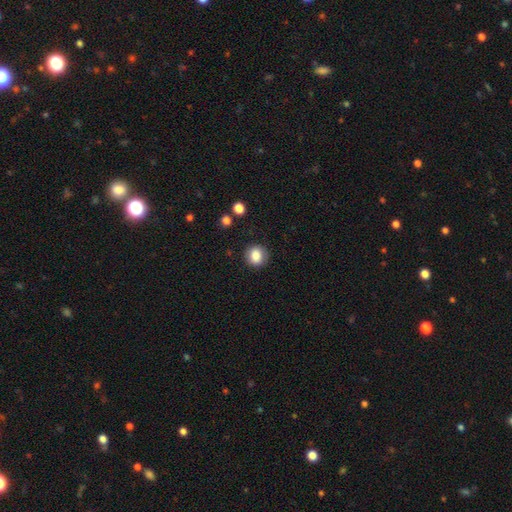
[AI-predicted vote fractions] Morphology: type=smooth (85%); roundness=round (81%); merging=none (87%).